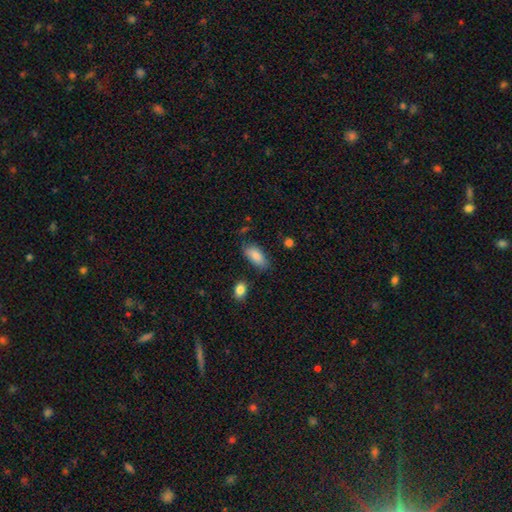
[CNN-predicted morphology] Smooth or featured?
  - smooth: 86% *
  - featured or disk: 7%
  - star or artifact: 7%
How rounded?
  - in between: 88% *
  - cigar-shaped: 10%
  - round: 3%
Merging?
  - none: 76% *
  - minor disturbance: 17%
  - major disturbance: 4%
  - merger: 3%